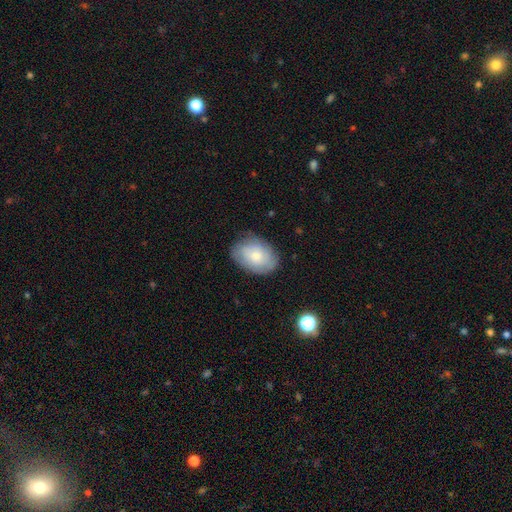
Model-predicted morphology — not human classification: Smooth or featured? smooth (62%)
How rounded? in between (82%)
Merging? none (76%)